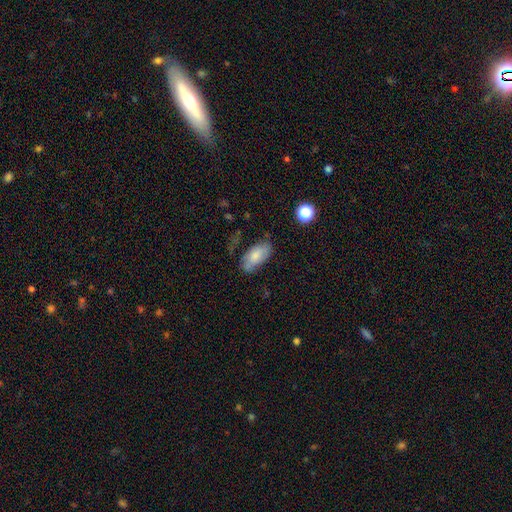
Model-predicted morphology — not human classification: A smooth galaxy with no disk features (75%) that is in between round and cigar-shaped (91%).

Vote fractions:
- Smooth or featured? smooth: 75% / featured or disk: 18% / star or artifact: 7%
- How rounded? in between: 91% / cigar-shaped: 6% / round: 3%
- Merging? none: 65% / minor disturbance: 24% / major disturbance: 7% / merger: 3%